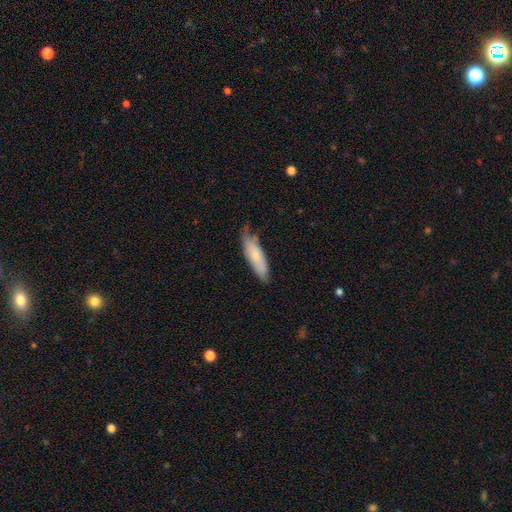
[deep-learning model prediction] smooth_or_featured: smooth (p=0.69) [alt: featured or disk p=0.25]
how_rounded: cigar-shaped (p=0.55) [alt: in between p=0.44]
merging: none (p=0.61) [alt: minor disturbance p=0.31]